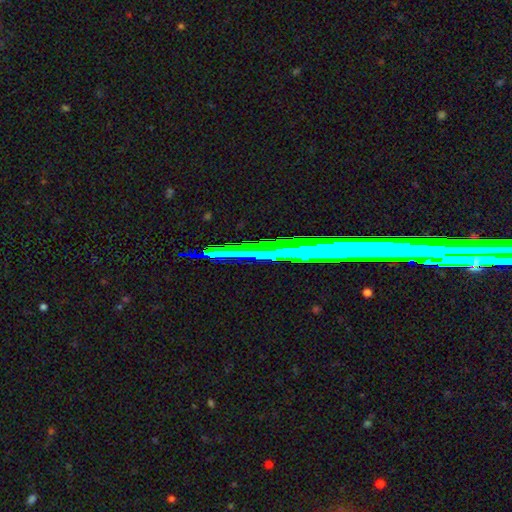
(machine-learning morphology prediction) Overall: star or artifact (56%; featured or disk 28%).